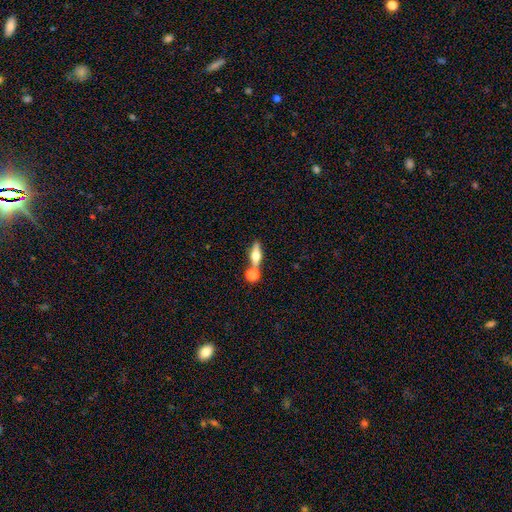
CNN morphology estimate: Smooth or featured: featured or disk — 52% (smooth — 40%)
Edge-on disk: yes — 87% (no — 13%)
Merging: none — 59% (merger — 26%)